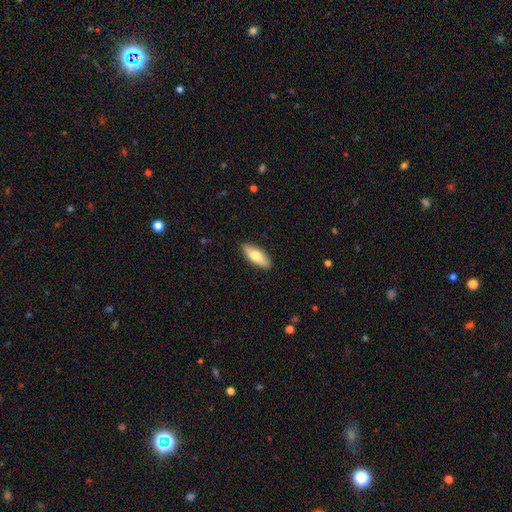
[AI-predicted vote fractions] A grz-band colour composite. It shows a smooth galaxy with no disk features (69%) that is in between round and cigar-shaped (69%). Merging: none (90%).